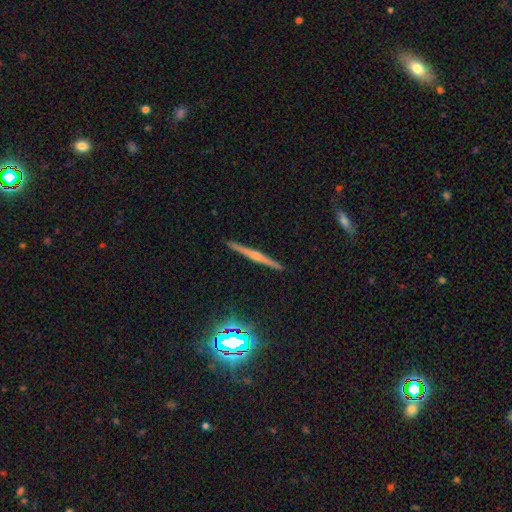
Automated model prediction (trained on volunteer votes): Smooth or featured: featured or disk — 69% (smooth — 20%)
Edge-on disk: yes — 98% (no — 2%)
Edge-on bulge: rounded — 72% (none — 16%)
Merging: none — 92% (minor disturbance — 5%)